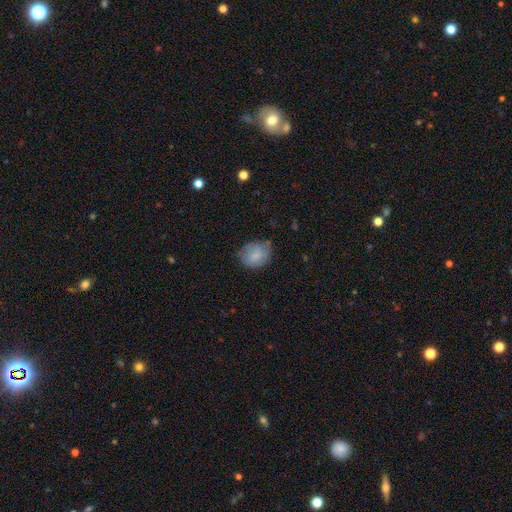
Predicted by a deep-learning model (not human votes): Smooth or featured?
  - smooth: 76% *
  - featured or disk: 17%
  - star or artifact: 7%
How rounded?
  - round: 60% *
  - in between: 39%
  - cigar-shaped: 1%
Merging?
  - none: 64% *
  - minor disturbance: 28%
  - major disturbance: 6%
  - merger: 2%